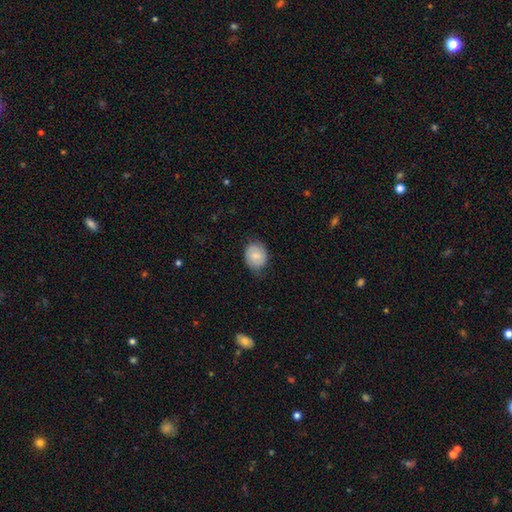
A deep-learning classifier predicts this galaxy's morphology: A smooth galaxy with no disk features (69%) that is round (52%).

Vote fractions:
- Smooth or featured? smooth: 69% / featured or disk: 24% / star or artifact: 7%
- How rounded? round: 52% / in between: 47% / cigar-shaped: 1%
- Merging? none: 70% / minor disturbance: 24% / major disturbance: 5% / merger: 1%